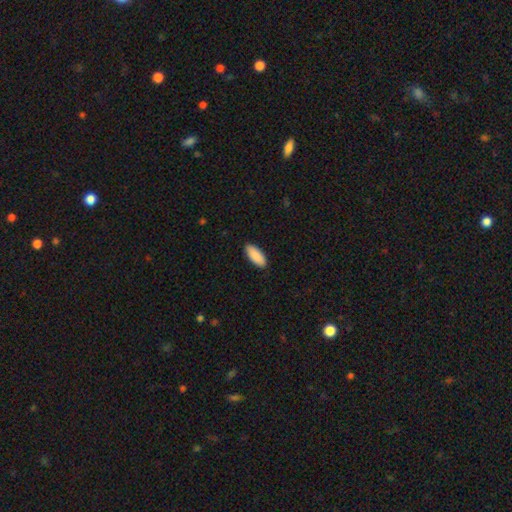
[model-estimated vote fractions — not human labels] A smooth galaxy with no disk features (91%) that is in between round and cigar-shaped (86%).

Vote fractions:
- Smooth or featured? smooth: 91% / star or artifact: 5% / featured or disk: 3%
- How rounded? in between: 86% / cigar-shaped: 12% / round: 2%
- Merging? none: 90% / minor disturbance: 8% / major disturbance: 2% / merger: 1%